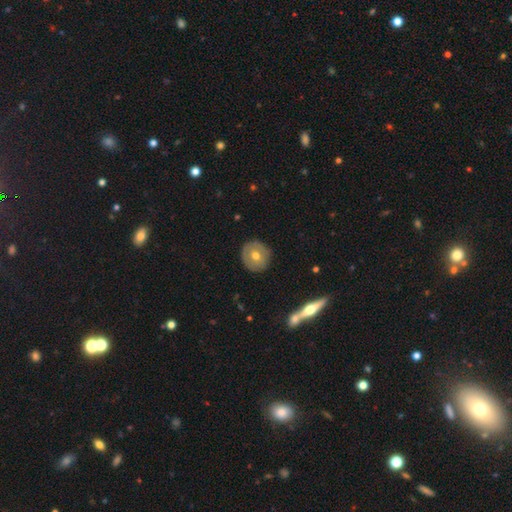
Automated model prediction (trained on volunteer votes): This appears to be a smooth galaxy with no disk features (55%) that is round (91%). Merging: none (87%).